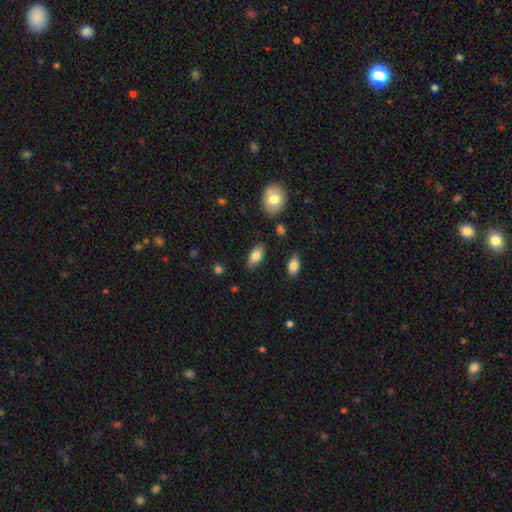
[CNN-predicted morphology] The model was most divided on "smooth or featured": smooth: 81%, featured or disk: 13%, star or artifact: 7%. More confident: how rounded — in between (91%); merging — none (82%).